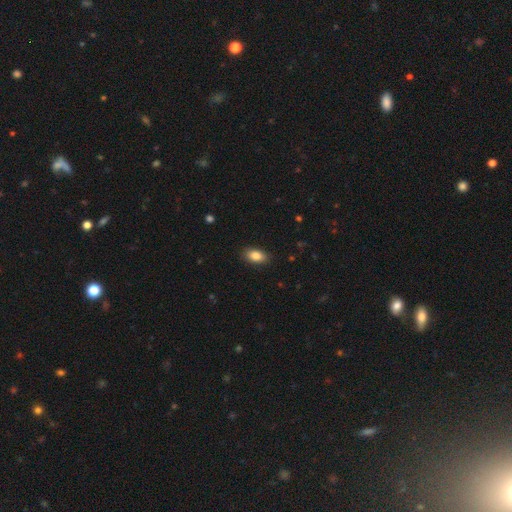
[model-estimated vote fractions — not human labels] Smooth or featured? smooth (85%)
How rounded? in between (91%)
Merging? none (87%)